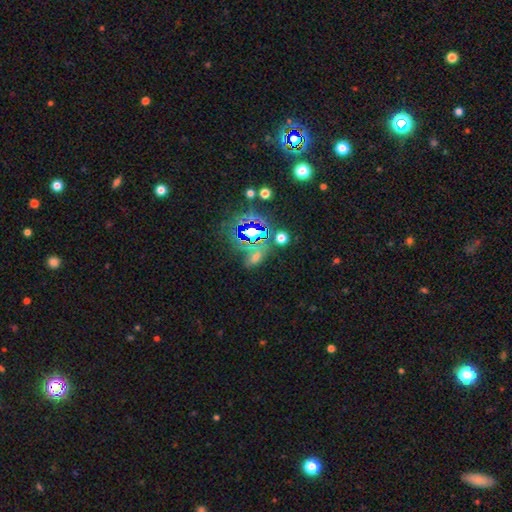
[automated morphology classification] A star or artifact, not a galaxy (65%).